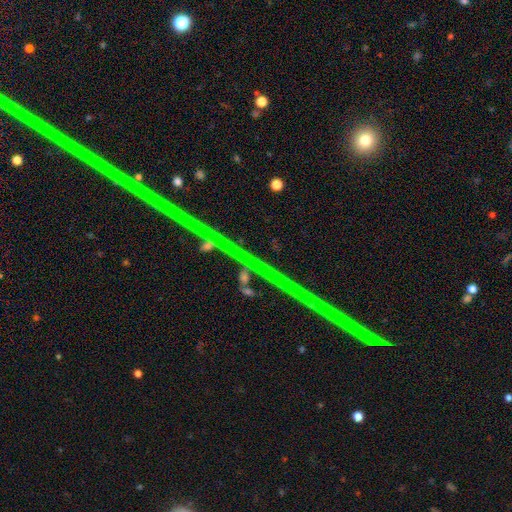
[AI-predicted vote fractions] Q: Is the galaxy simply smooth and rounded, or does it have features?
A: star or artifact — 79%.